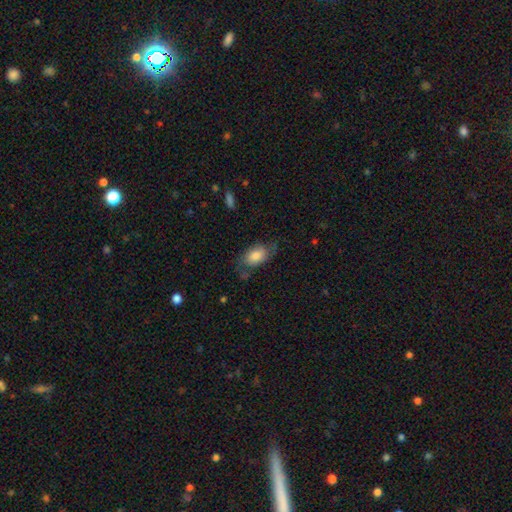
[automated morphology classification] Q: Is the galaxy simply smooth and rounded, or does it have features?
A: smooth — 67%.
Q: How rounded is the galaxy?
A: in between — 89%.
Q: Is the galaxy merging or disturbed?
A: none — 55%.